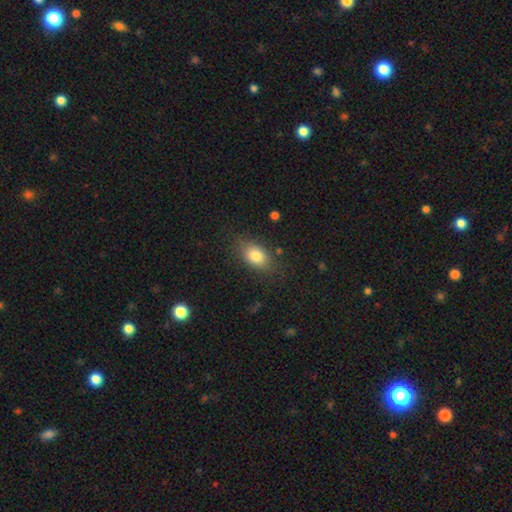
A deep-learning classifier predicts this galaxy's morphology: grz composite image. It shows a smooth galaxy with no disk features (80%) that is in between round and cigar-shaped (80%). Merging: none (77%).